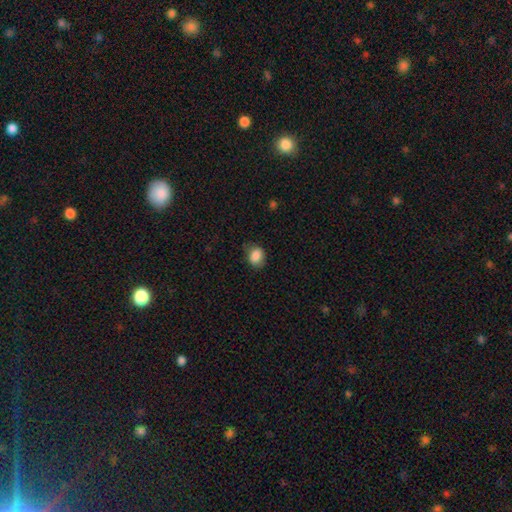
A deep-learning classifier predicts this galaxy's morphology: smooth 86%, star or artifact 8%, featured or disk 6%. Down the decision tree: how rounded — in between (53%); merging — none (71%).